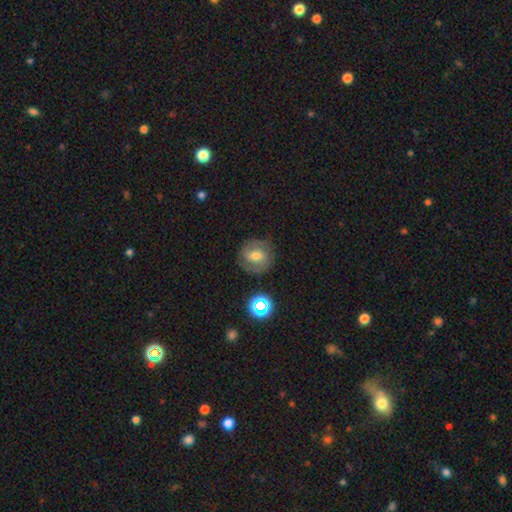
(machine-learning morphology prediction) Smooth or featured: smooth — 49% (featured or disk — 38%)
Merging: none — 77% (minor disturbance — 15%)